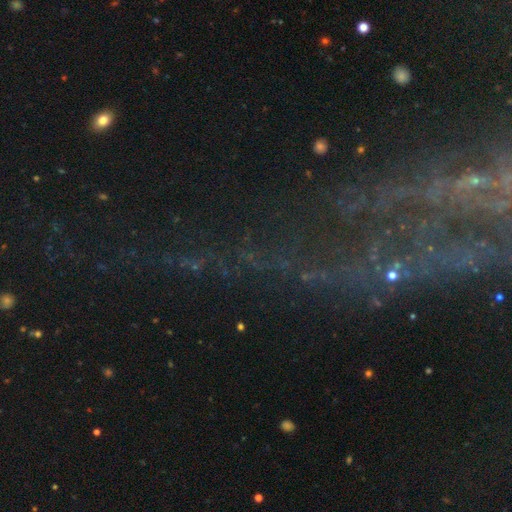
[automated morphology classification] Q: Smooth or featured?
A: star or artifact (47%); runner-up: featured or disk (40%)